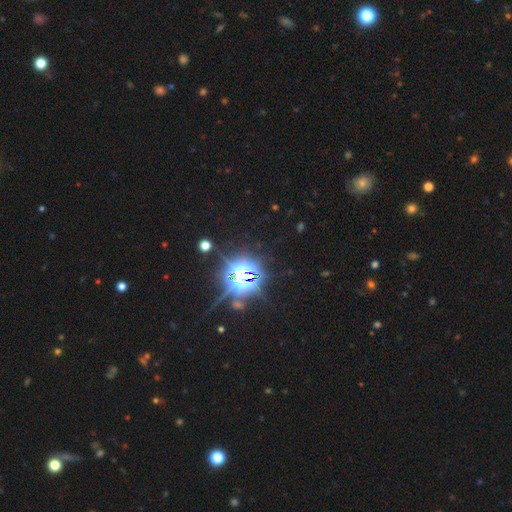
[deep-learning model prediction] Smooth or featured?
  - star or artifact: 83% *
  - smooth: 11%
  - featured or disk: 6%